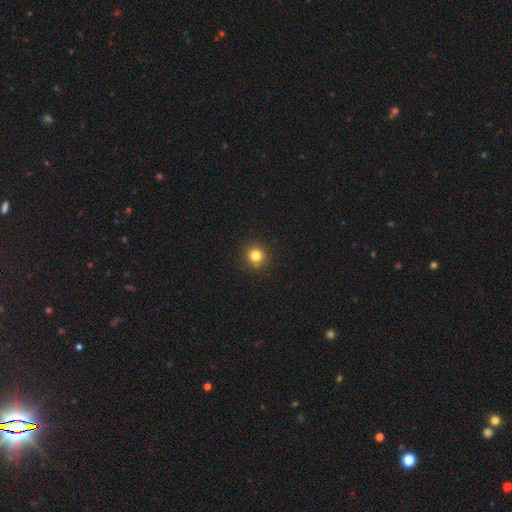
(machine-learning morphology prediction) The model was most divided on "smooth or featured": smooth: 81%, star or artifact: 13%, featured or disk: 6%. More confident: how rounded — round (93%); merging — none (91%).